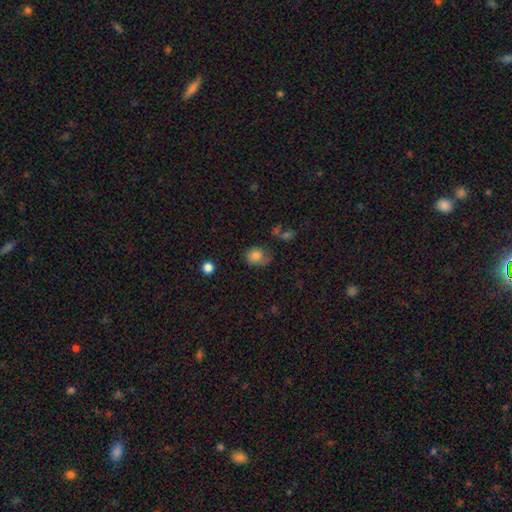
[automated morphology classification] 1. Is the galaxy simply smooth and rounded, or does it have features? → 80% smooth, 11% featured or disk, 10% star or artifact.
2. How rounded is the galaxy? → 54% round, 45% in between, 1% cigar-shaped.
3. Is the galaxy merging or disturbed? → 51% none, 31% minor disturbance, 14% major disturbance, 4% merger.